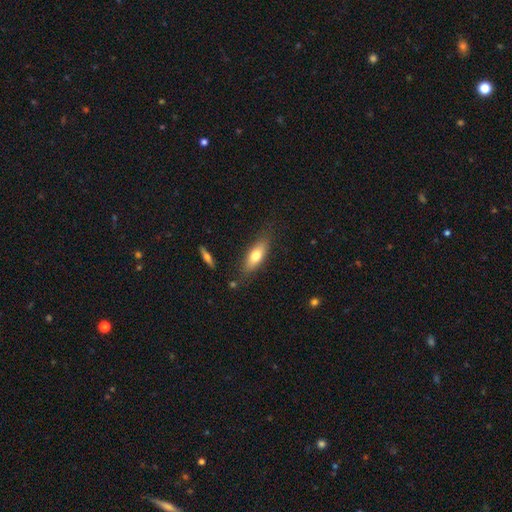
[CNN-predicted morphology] Smooth or featured? smooth (70%)
How rounded? in between (65%)
Merging? none (79%)